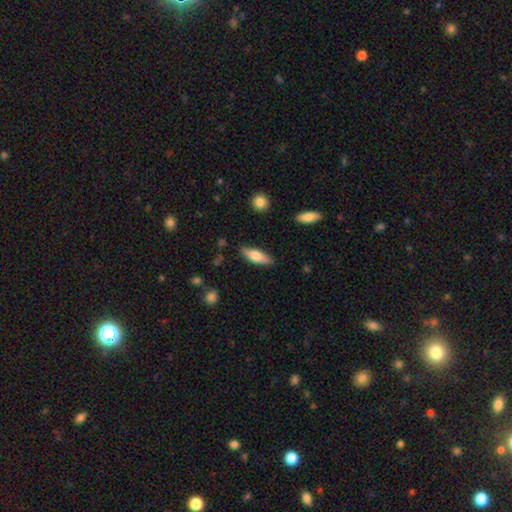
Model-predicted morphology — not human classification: type=smooth (68%); roundness=in between (55%); merging=none (84%).